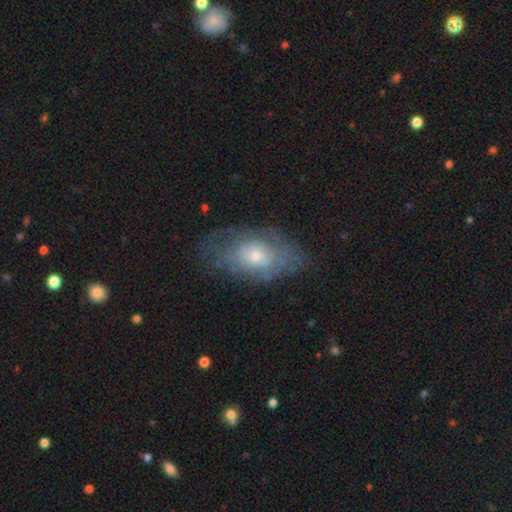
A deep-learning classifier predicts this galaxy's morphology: A featured or disk galaxy (55%) with no bar (82%), no spiral arms (50%, tied with yes) and a small central bulge (52%).

Vote fractions:
- Smooth or featured? featured or disk: 55% / smooth: 36% / star or artifact: 8%
- Edge-on disk? no: 91% / yes: 9%
- Bar? no: 82% / weak: 16% / strong: 3%
- Spiral arms? no: 50% (tied) / yes: 50% (tied)
- Bulge size? small: 52% / moderate: 41% / large: 4% / none: 2% / dominant: 1%
- Merging? none: 65% / minor disturbance: 22% / major disturbance: 12% / merger: 1%